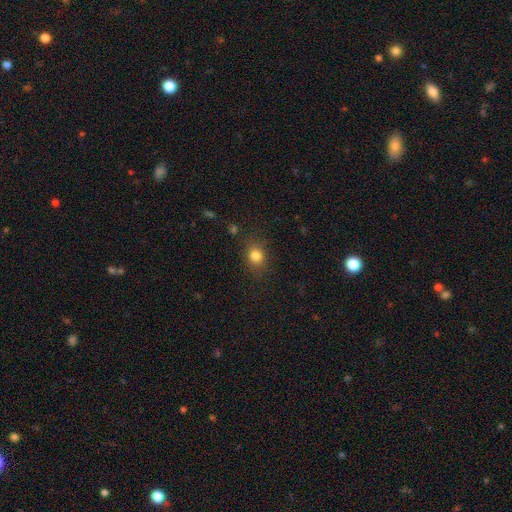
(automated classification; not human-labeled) Smooth or featured? Predicted: smooth (p=0.81). How rounded? Predicted: round (p=0.69). Merging? Predicted: none (p=0.83).